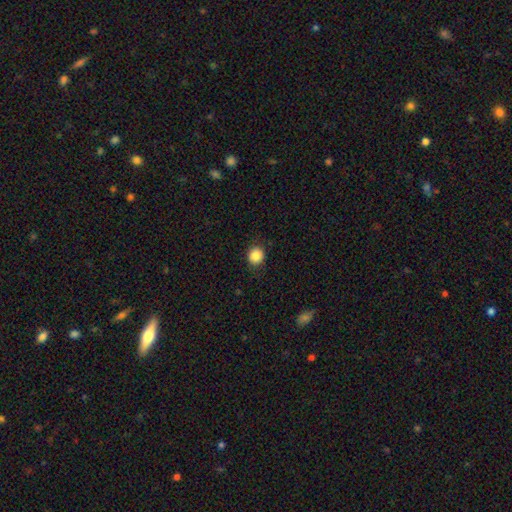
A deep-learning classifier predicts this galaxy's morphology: type=smooth (87%); roundness=round (83%); merging=none (87%).